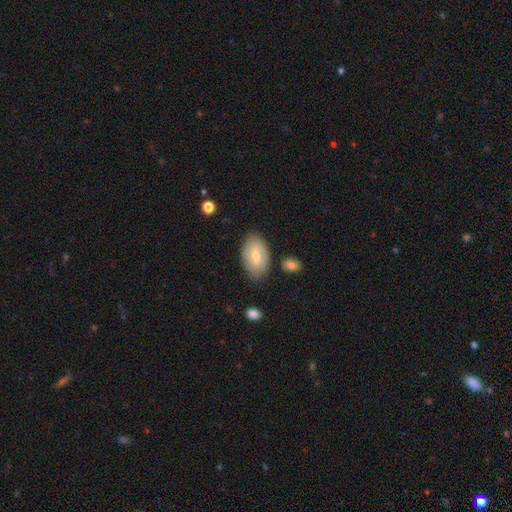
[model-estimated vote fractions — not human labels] smooth 55%, featured or disk 38%, star or artifact 8%. Down the decision tree: how rounded — in between (92%); merging — none (77%).